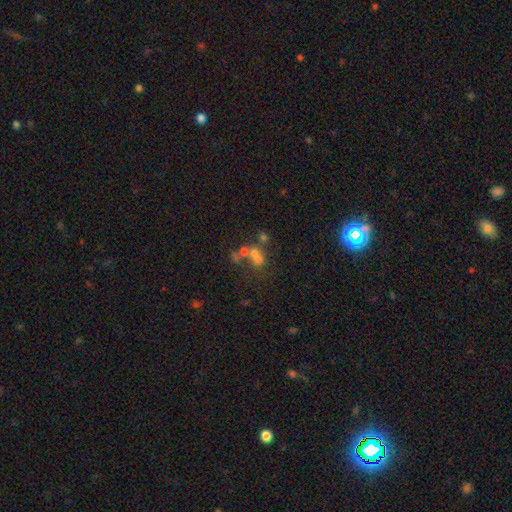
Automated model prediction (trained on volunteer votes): A smooth galaxy with no disk features (49%).

Vote fractions:
- Smooth or featured? smooth: 49% / featured or disk: 29% / star or artifact: 21%
- Merging? merger: 55% / none: 28% / major disturbance: 9% / minor disturbance: 8%